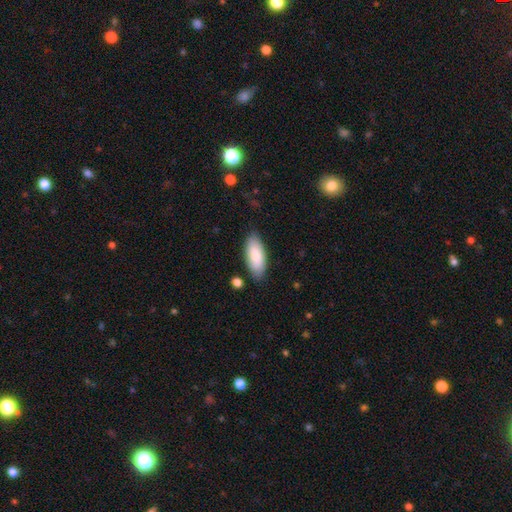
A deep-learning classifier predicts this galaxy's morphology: smooth 84%, featured or disk 11%, star or artifact 6%. Down the decision tree: how rounded — in between (85%); merging — none (83%).